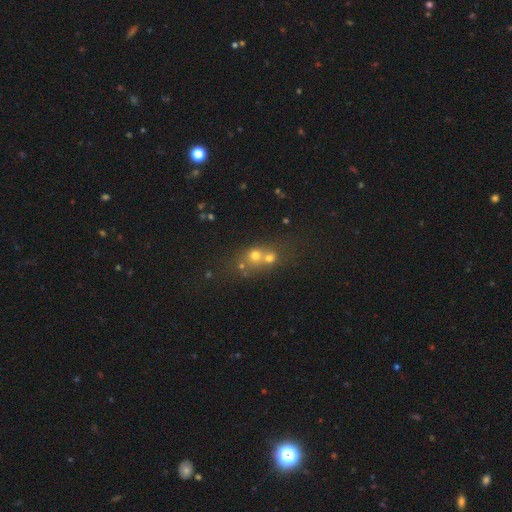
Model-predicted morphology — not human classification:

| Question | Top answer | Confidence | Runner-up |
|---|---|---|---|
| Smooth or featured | smooth | 57% | star or artifact (23%) |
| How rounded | round | 74% | in between (23%) |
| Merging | merger | 57% | none (33%) |